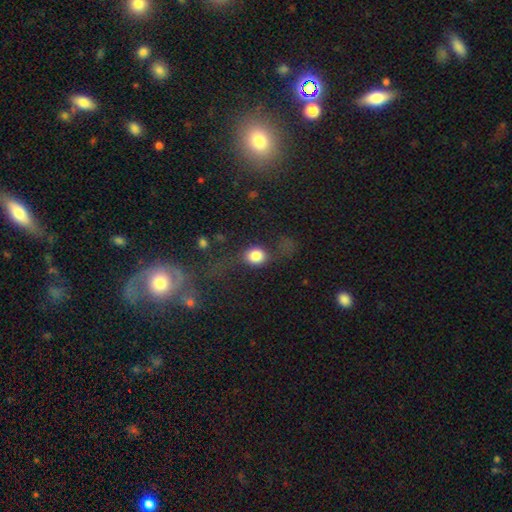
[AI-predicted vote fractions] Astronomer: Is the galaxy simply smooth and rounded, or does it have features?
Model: smooth — 76%.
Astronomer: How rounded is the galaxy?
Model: round — 70%.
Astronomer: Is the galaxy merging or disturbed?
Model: none — 52%.